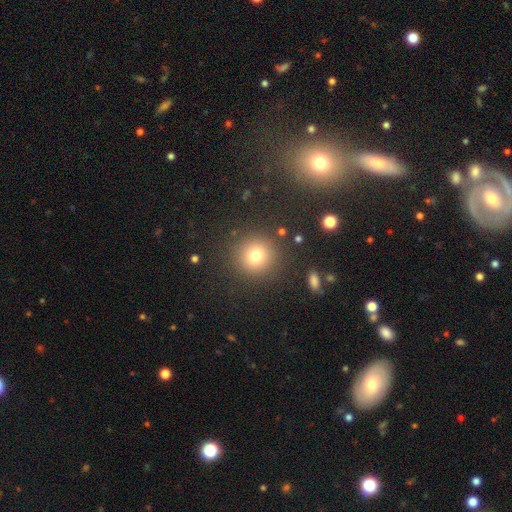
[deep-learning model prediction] Smooth or featured?
  - smooth: 76% *
  - star or artifact: 15%
  - featured or disk: 9%
How rounded?
  - round: 93% *
  - in between: 6%
  - cigar-shaped: 1%
Merging?
  - none: 87% *
  - minor disturbance: 7%
  - major disturbance: 4%
  - merger: 2%